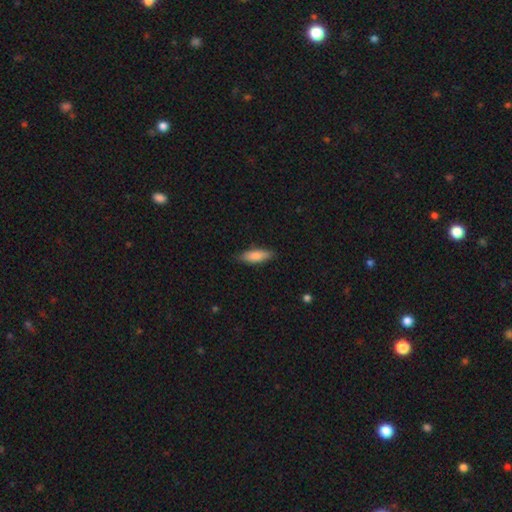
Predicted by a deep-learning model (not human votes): Overall: smooth (83%). How rounded: in between (56%; cigar-shaped 42%). Merging: none (82%).